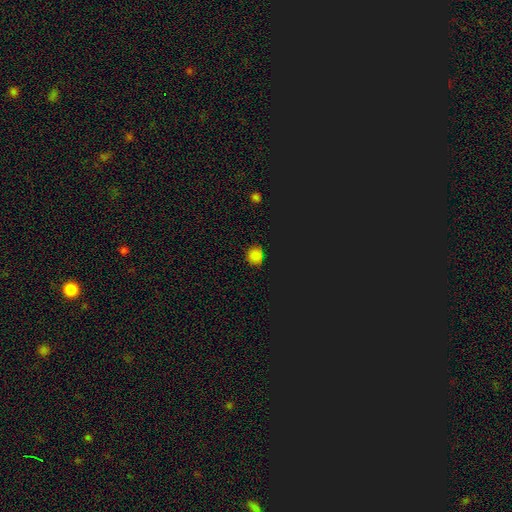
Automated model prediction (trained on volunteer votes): This appears to be a smooth galaxy with no disk features (64%) that is round (78%). Merging: none (82%).